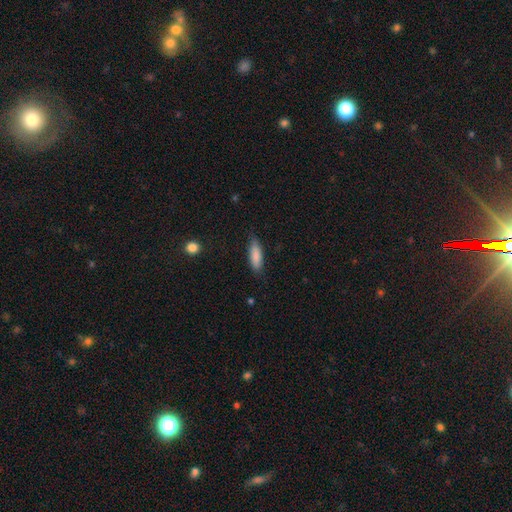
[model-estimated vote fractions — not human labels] smooth_or_featured: smooth (p=0.85) [alt: featured or disk p=0.09]
how_rounded: in between (p=0.50) [alt: cigar-shaped p=0.48]
merging: none (p=0.76) [alt: minor disturbance p=0.19]